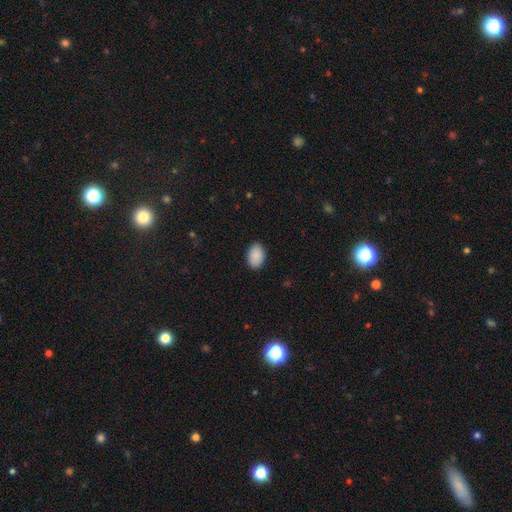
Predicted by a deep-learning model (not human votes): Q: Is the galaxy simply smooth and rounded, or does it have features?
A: smooth — 91%.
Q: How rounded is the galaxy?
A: in between — 88%.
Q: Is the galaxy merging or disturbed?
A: none — 89%.